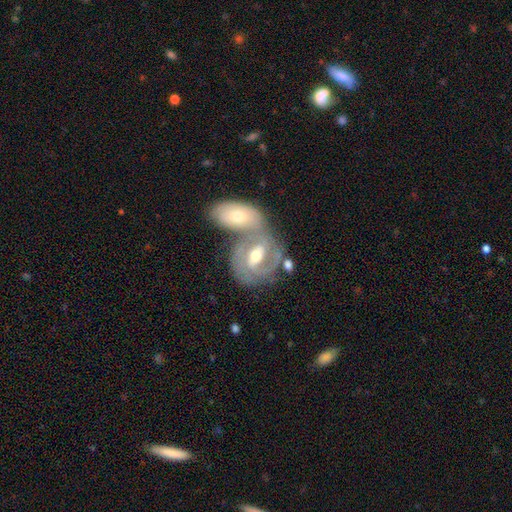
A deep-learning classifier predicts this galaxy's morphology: Smooth or featured?
  - featured or disk: 79% *
  - smooth: 16%
  - star or artifact: 6%
Edge-on disk?
  - no: 94% *
  - yes: 6%
Bar?
  - weak: 45% *
  - strong: 31%
  - no: 24%
Spiral arms?
  - yes: 86% *
  - no: 14%
Spiral winding?
  - tight: 58% *
  - medium: 33%
  - loose: 8%
Spiral arm count?
  - 2: 53% *
  - can't tell: 28%
  - 3: 11%
  - 1: 4%
  - 4: 3%
  - more than 4: 2%
Bulge size?
  - moderate: 67% *
  - small: 28%
  - large: 3%
  - none: 1%
  - dominant: 1%
Merging?
  - merger: 56% *
  - none: 30%
  - minor disturbance: 9%
  - major disturbance: 4%